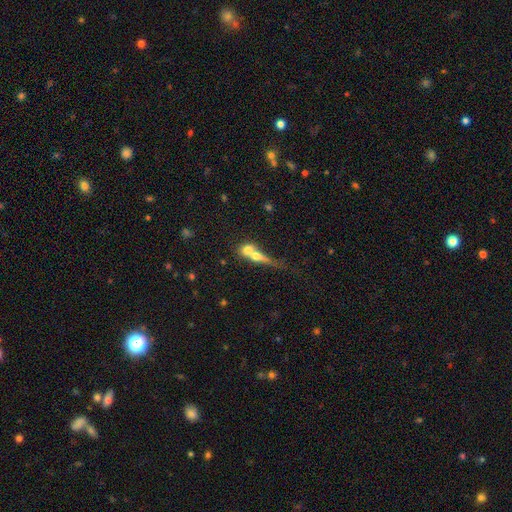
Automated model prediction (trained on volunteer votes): Morphology: type=smooth (56%); roundness=in between (38%); merging=merger (67%).